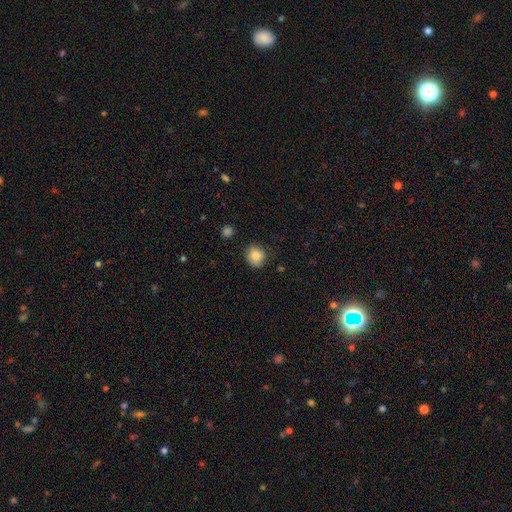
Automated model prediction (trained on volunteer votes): smooth-or-featured: smooth: 83% | star or artifact: 9% | featured or disk: 8%
  how-rounded: round: 80% | in between: 20% | cigar-shaped: 1%
  merging: none: 75% | minor disturbance: 19% | major disturbance: 4% | merger: 2%